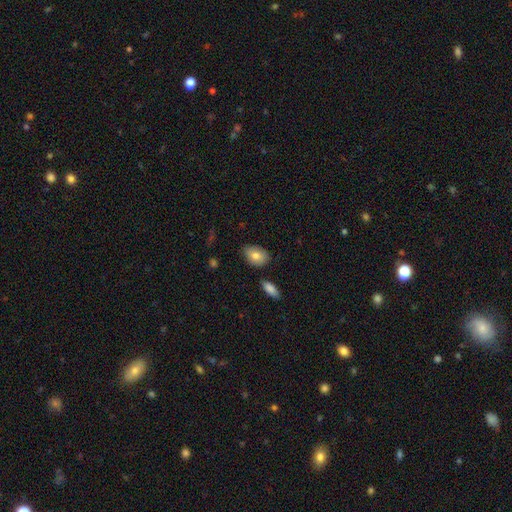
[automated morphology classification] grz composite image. It shows a smooth galaxy with no disk features (80%) that is in between round and cigar-shaped (84%). Merging: none (81%).